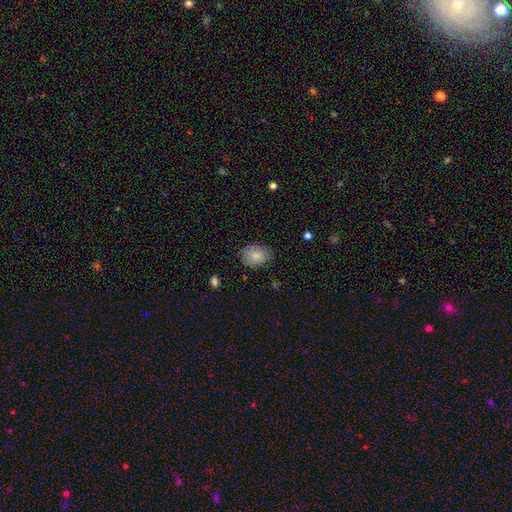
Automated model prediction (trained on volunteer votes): The model was most divided on "how rounded": in between: 66%, round: 33%, cigar-shaped: 1%. More confident: smooth or featured — smooth (85%); merging — none (81%).